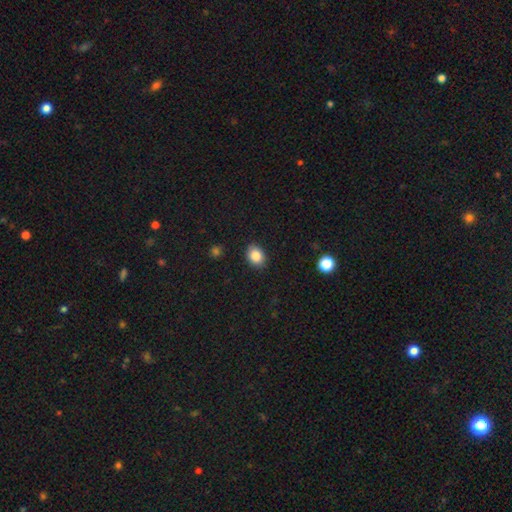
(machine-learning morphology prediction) Smooth or featured? Predicted: smooth (p=0.87). How rounded? Predicted: in between (p=0.62). Merging? Predicted: none (p=0.88).